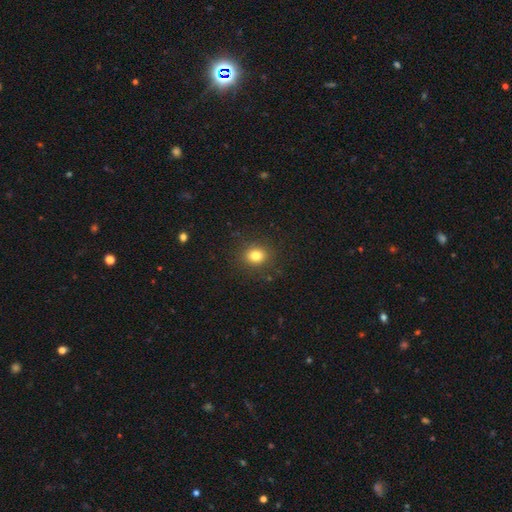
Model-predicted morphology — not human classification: The model was most divided on "how rounded": round: 72%, in between: 27%, cigar-shaped: 1%. More confident: merging — none (88%); smooth or featured — smooth (81%).